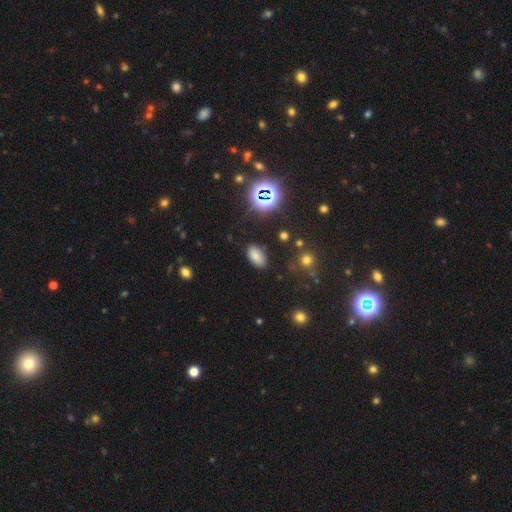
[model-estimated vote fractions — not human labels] Smooth or featured? smooth (74%)
How rounded? in between (93%)
Merging? none (83%)